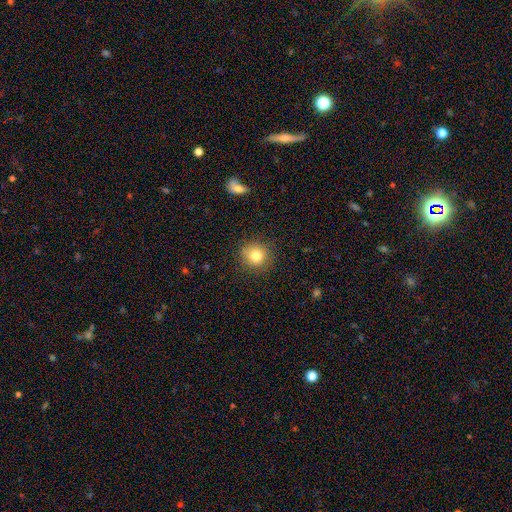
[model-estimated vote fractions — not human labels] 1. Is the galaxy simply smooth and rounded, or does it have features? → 81% smooth, 11% star or artifact, 8% featured or disk.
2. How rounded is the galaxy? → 90% round, 9% in between, 1% cigar-shaped.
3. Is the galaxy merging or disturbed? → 86% none, 10% minor disturbance, 3% major disturbance, 1% merger.